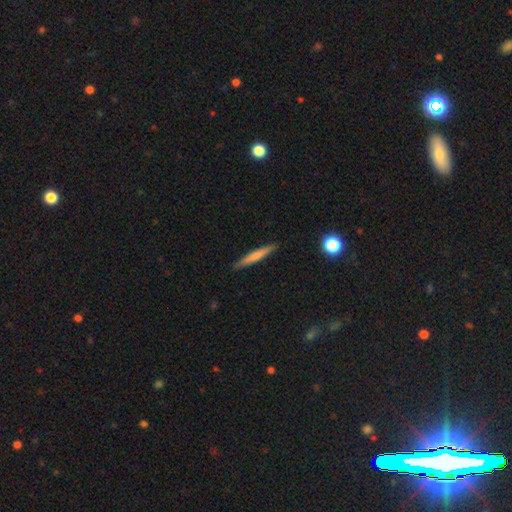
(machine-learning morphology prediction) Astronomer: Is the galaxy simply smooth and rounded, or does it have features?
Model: smooth — 68%.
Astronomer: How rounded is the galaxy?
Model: cigar-shaped — 95%.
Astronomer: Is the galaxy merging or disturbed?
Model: none — 90%.